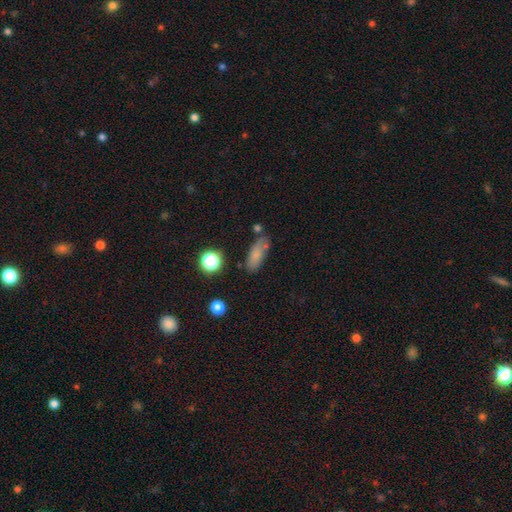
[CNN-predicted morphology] A smooth galaxy with no disk features (77%) that is in between round and cigar-shaped (67%).

Vote fractions:
- Smooth or featured? smooth: 77% / featured or disk: 11% / star or artifact: 11%
- How rounded? in between: 67% / cigar-shaped: 28% / round: 5%
- Merging? none: 67% / minor disturbance: 19% / merger: 8% / major disturbance: 6%